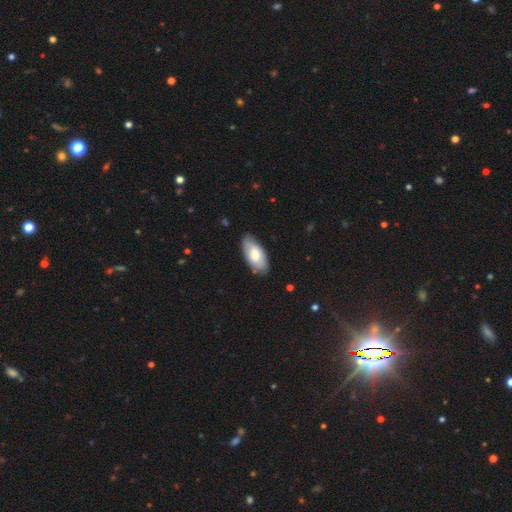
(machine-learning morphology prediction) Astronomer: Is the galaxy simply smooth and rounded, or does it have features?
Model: smooth — 70%.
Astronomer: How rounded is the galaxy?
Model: in between — 92%.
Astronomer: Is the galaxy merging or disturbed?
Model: none — 81%.